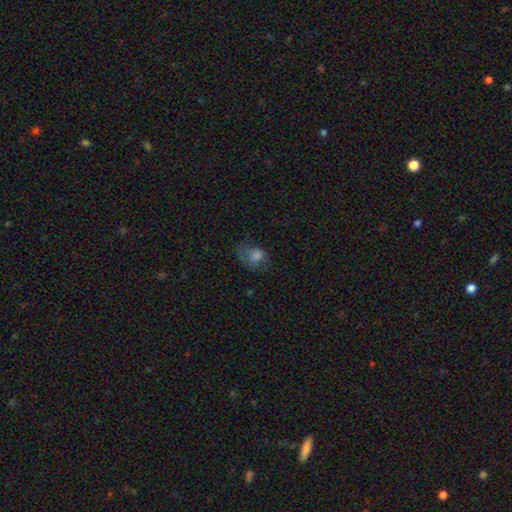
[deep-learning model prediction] Smooth or featured? smooth (65%)
How rounded? in between (60%)
Merging? none (40%)